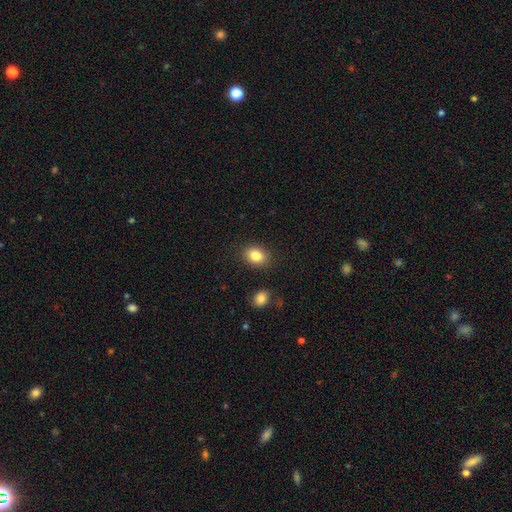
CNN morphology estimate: A smooth galaxy with no disk features (84%) that is in between round and cigar-shaped (63%).

Vote fractions:
- Smooth or featured? smooth: 84% / star or artifact: 9% / featured or disk: 7%
- How rounded? in between: 63% / round: 36% / cigar-shaped: 1%
- Merging? none: 86% / minor disturbance: 9% / major disturbance: 3% / merger: 2%